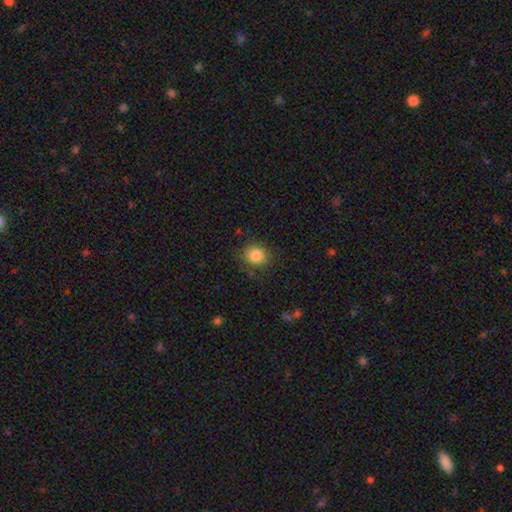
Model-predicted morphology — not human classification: Q: Smooth or featured?
A: smooth (84%); runner-up: star or artifact (10%)
Q: How rounded?
A: round (77%); runner-up: in between (22%)
Q: Merging?
A: none (84%); runner-up: minor disturbance (11%)